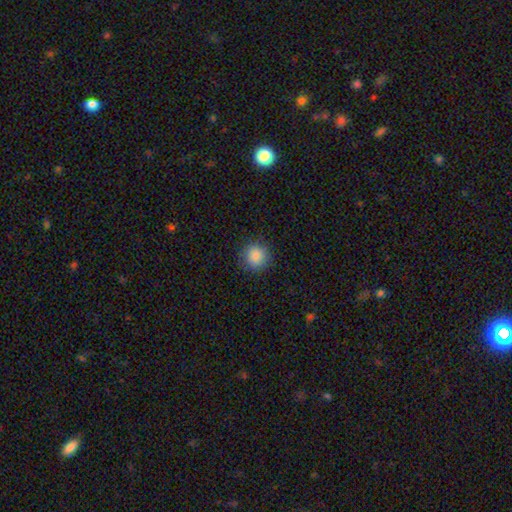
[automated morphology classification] Smooth or featured?
  - smooth: 87% *
  - star or artifact: 9%
  - featured or disk: 4%
How rounded?
  - round: 92% *
  - in between: 7%
  - cigar-shaped: 1%
Merging?
  - none: 88% *
  - minor disturbance: 8%
  - major disturbance: 3%
  - merger: 1%